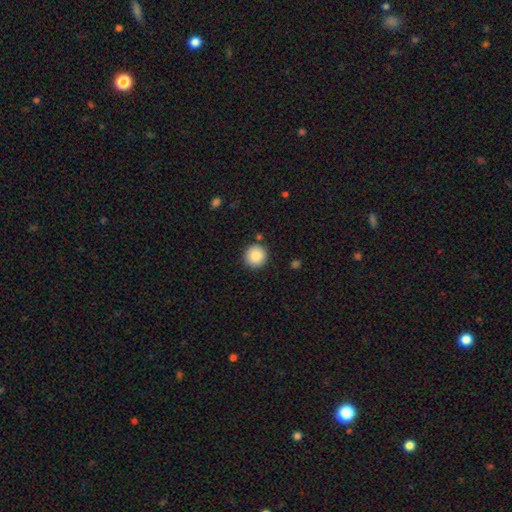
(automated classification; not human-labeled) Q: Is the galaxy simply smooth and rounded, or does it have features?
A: smooth — 87%.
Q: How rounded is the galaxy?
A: round — 95%.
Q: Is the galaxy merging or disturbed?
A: none — 89%.